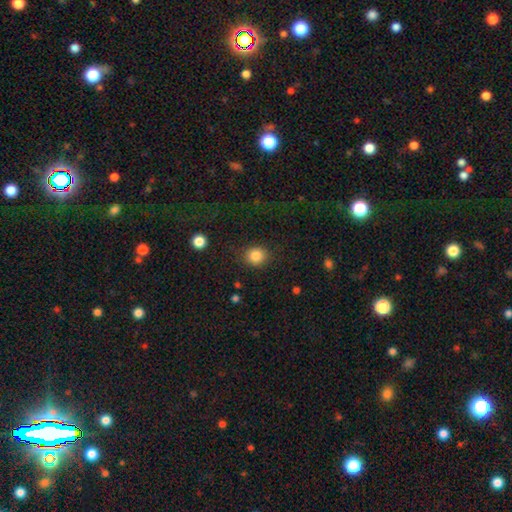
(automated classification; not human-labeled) A smooth galaxy with no disk features (85%) that is round (82%).

Vote fractions:
- Smooth or featured? smooth: 85% / star or artifact: 10% / featured or disk: 5%
- How rounded? round: 82% / in between: 17% / cigar-shaped: 1%
- Merging? none: 87% / minor disturbance: 9% / major disturbance: 3% / merger: 1%